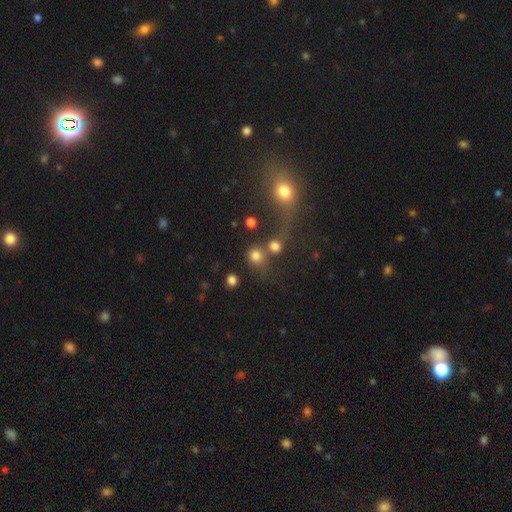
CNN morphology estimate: smooth-or-featured: smooth: 79% | star or artifact: 14% | featured or disk: 7%
  how-rounded: round: 85% | in between: 14% | cigar-shaped: 1%
  merging: none: 53% | merger: 31% | minor disturbance: 9% | major disturbance: 7%